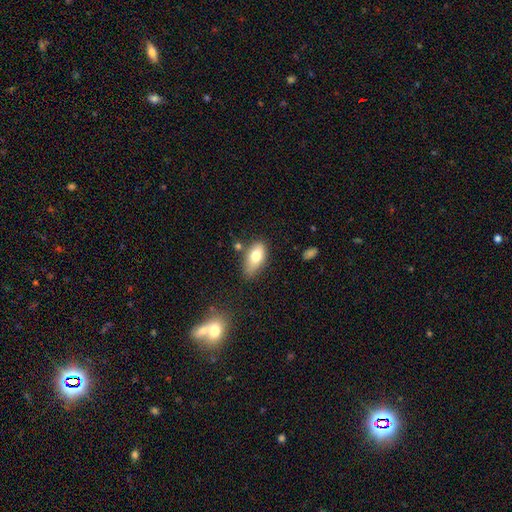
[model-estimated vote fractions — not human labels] Morphology: type=smooth (75%); roundness=in between (89%); merging=none (59%).